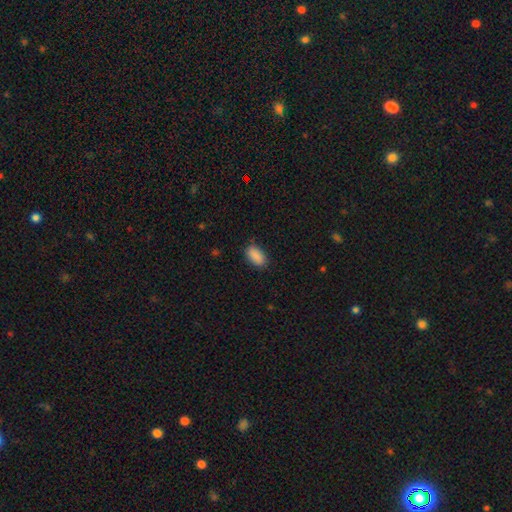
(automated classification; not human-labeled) Smooth or featured: smooth — 90% (star or artifact — 7%)
How rounded: in between — 93% (round — 4%)
Merging: none — 84% (minor disturbance — 12%)